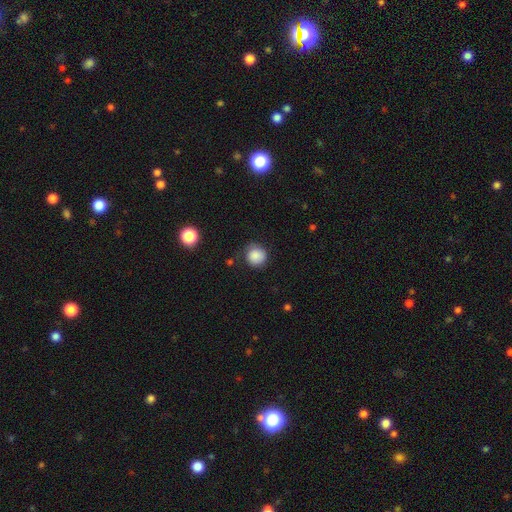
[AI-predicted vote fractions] Morphology: type=smooth (85%); roundness=round (90%); merging=none (75%).